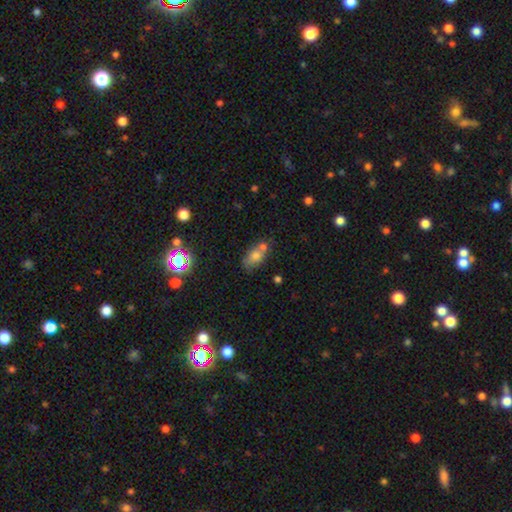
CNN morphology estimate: smooth-or-featured: smooth: 68% | featured or disk: 18% | star or artifact: 14%
  how-rounded: in between: 78% | round: 18% | cigar-shaped: 4%
  merging: none: 41% | merger: 36% | minor disturbance: 17% | major disturbance: 7%